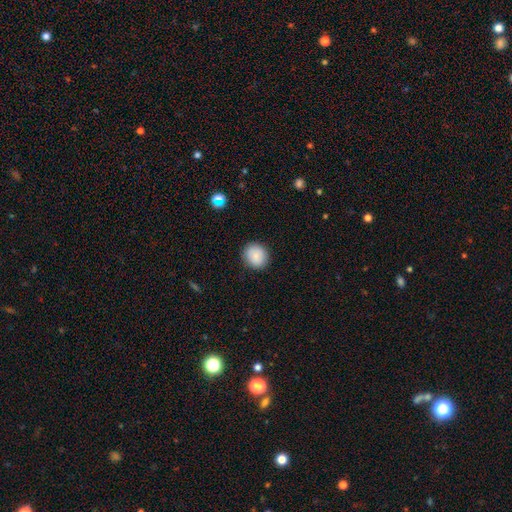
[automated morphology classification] Smooth or featured? Predicted: smooth (p=0.87). How rounded? Predicted: round (p=0.77). Merging? Predicted: none (p=0.88).